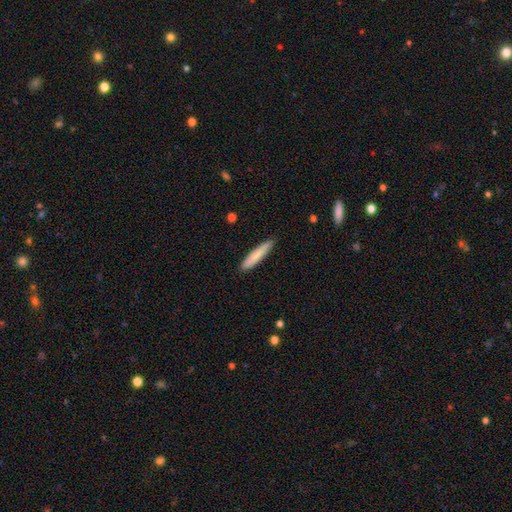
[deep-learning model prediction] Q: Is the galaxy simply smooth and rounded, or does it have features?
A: smooth — 81%.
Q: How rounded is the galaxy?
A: cigar-shaped — 90%.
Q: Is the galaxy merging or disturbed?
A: none — 88%.